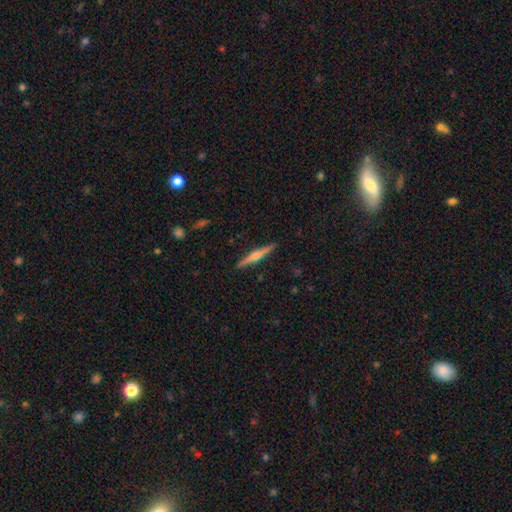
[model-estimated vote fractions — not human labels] Q: Smooth or featured?
A: featured or disk (62%); runner-up: smooth (32%)
Q: Edge-on disk?
A: yes (98%); runner-up: no (2%)
Q: Edge-on bulge?
A: rounded (76%); runner-up: none (13%)
Q: Merging?
A: none (91%); runner-up: minor disturbance (6%)